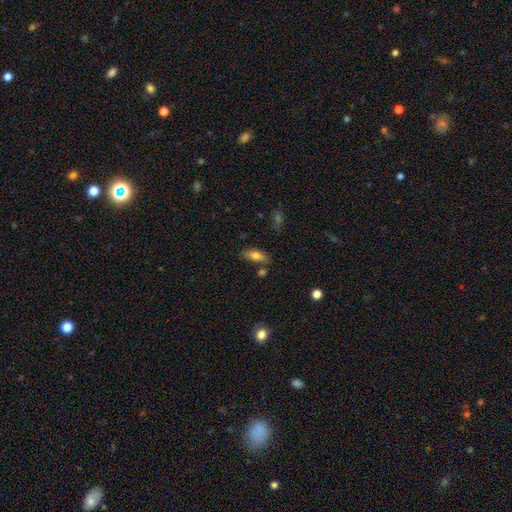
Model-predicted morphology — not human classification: This is likely a smooth galaxy (77%). How rounded: clearly in between (82%). Merging: likely none (73%).